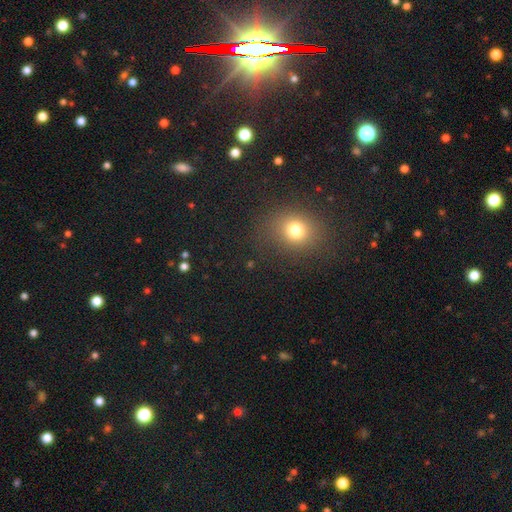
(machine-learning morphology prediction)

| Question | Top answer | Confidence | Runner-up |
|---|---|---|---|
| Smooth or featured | smooth | 55% | star or artifact (37%) |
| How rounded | round | 74% | in between (24%) |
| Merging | none | 89% | minor disturbance (6%) |